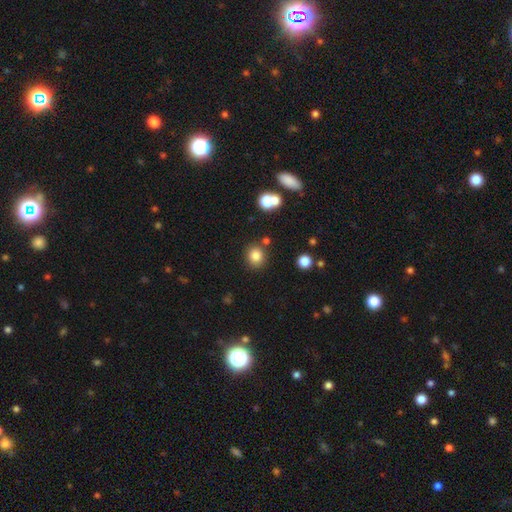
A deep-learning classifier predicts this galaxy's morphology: Overall: smooth (82%). How rounded: round (85%). Merging: none (81%).